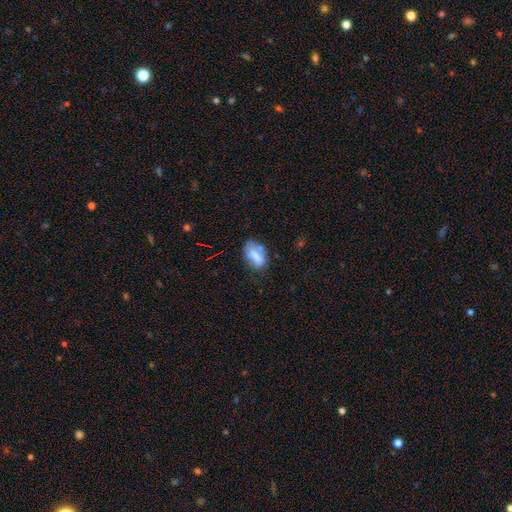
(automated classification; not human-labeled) Smooth or featured: smooth — 64% (featured or disk — 27%)
How rounded: in between — 90% (round — 6%)
Merging: none — 53% (minor disturbance — 27%)